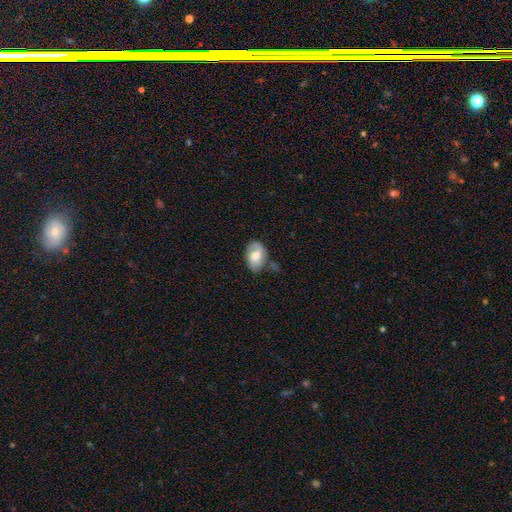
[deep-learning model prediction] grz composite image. It shows a smooth galaxy with no disk features (55%) that is in between round and cigar-shaped (87%). Merging: none (50%).